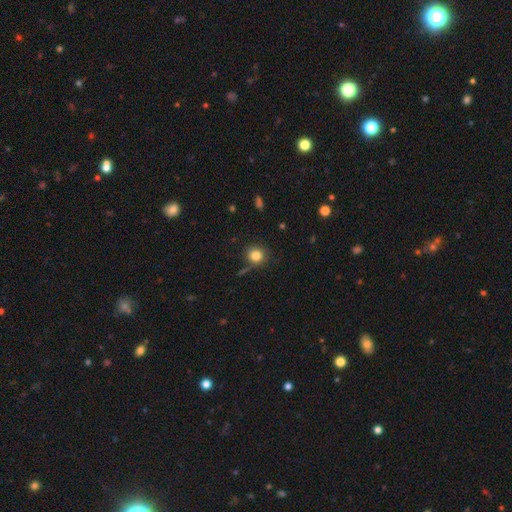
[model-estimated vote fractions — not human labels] Morphology: type=smooth (82%); roundness=round (86%); merging=none (80%).